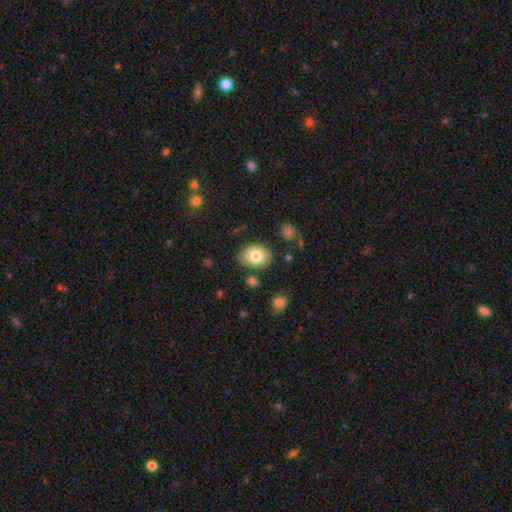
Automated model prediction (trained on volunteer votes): The model was most divided on "how rounded": in between: 63%, round: 36%, cigar-shaped: 1%. More confident: merging — none (82%); smooth or featured — smooth (80%).